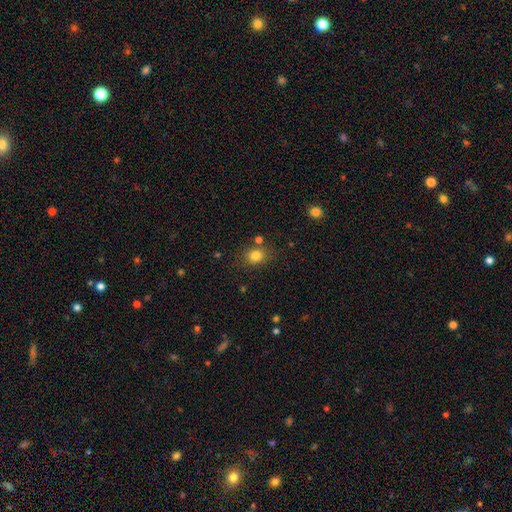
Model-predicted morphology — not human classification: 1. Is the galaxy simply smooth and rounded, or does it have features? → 80% smooth, 12% star or artifact, 8% featured or disk.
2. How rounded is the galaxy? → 55% round, 44% in between, 1% cigar-shaped.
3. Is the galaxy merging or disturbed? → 76% none, 13% minor disturbance, 7% merger, 4% major disturbance.